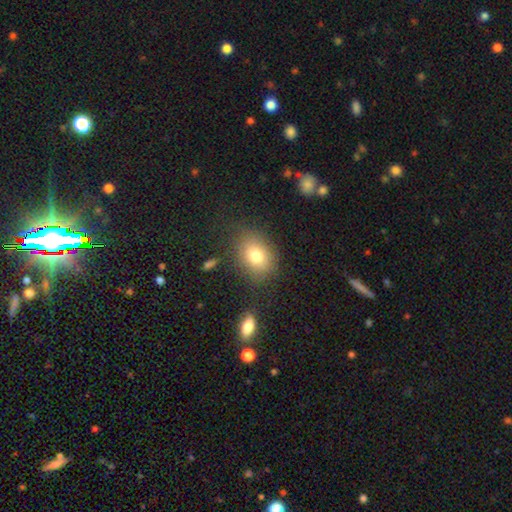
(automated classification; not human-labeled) Smooth or featured? smooth (78%)
How rounded? in between (61%)
Merging? none (78%)